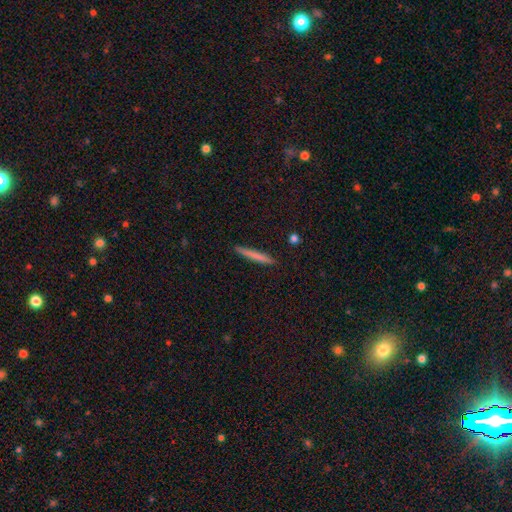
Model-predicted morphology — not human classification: A smooth galaxy with no disk features (72%) that is cigar-shaped (96%).

Vote fractions:
- Smooth or featured? smooth: 72% / featured or disk: 22% / star or artifact: 6%
- How rounded? cigar-shaped: 96% / in between: 3% / round: 1%
- Merging? none: 91% / minor disturbance: 6% / major disturbance: 1% / merger: 1%